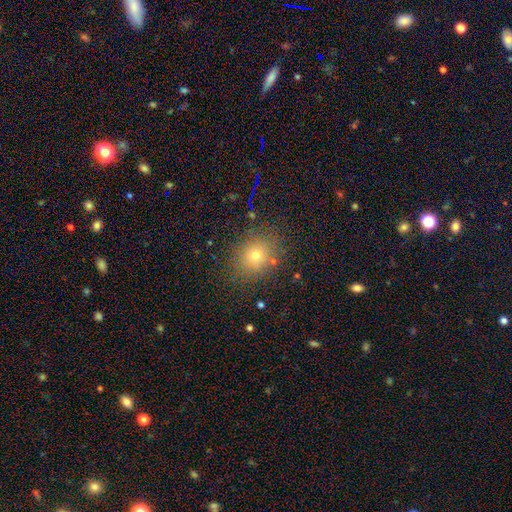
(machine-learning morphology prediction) Overall: smooth (71%). How rounded: round (63%; in between 36%). Merging: none (84%).